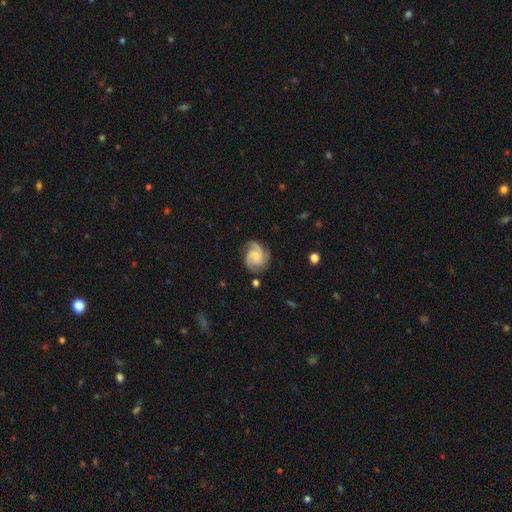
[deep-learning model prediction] Smooth or featured? Predicted: featured or disk (p=0.85). Edge-on disk? Predicted: no (p=0.98). Bar? Predicted: no (p=0.63). Spiral arms? Predicted: yes (p=0.98). Spiral winding? Predicted: tight (p=0.47). Spiral arm count? Predicted: 3 (p=0.58). Bulge size? Predicted: small (p=0.61). Merging? Predicted: none (p=0.73).